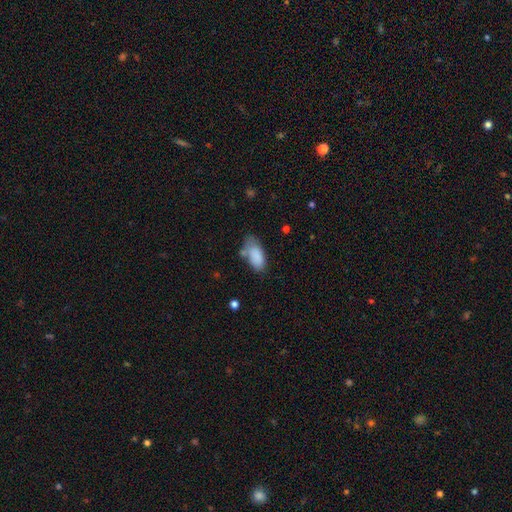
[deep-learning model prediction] Smooth or featured? smooth (85%)
How rounded? in between (92%)
Merging? none (51%)